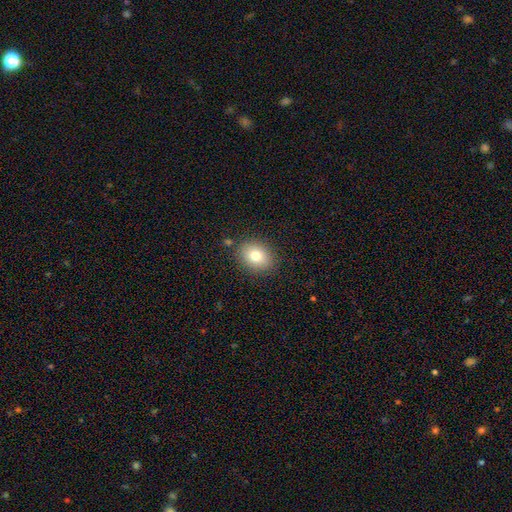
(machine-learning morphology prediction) The model was most divided on "how rounded": in between: 55%, round: 44%, cigar-shaped: 1%. More confident: merging — none (85%); smooth or featured — smooth (78%).